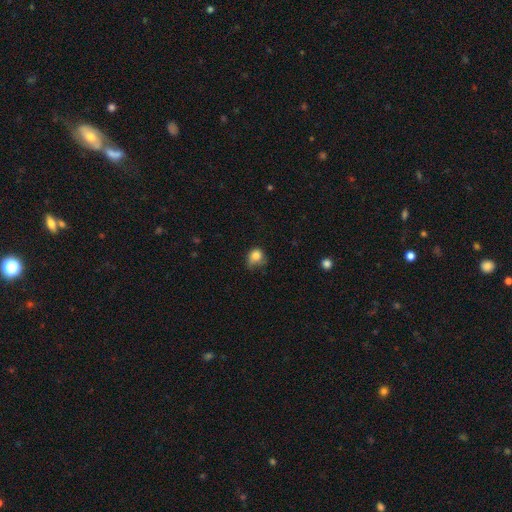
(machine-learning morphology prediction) Overall: smooth (80%). How rounded: round (66%; in between 33%). Merging: none (41%; minor disturbance 38%).